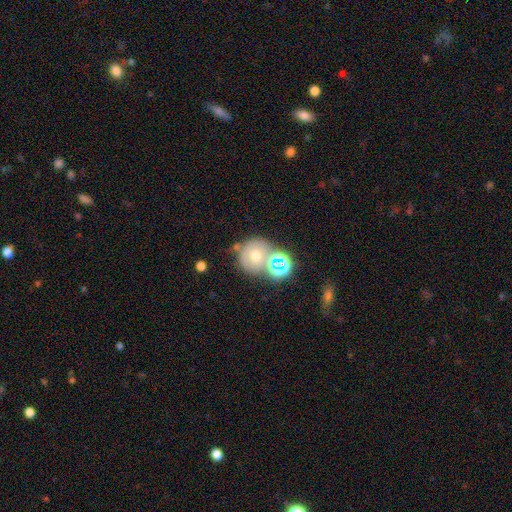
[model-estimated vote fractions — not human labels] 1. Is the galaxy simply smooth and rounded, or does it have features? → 47% smooth, 29% featured or disk, 24% star or artifact.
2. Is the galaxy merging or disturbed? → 49% none, 32% merger, 13% minor disturbance, 7% major disturbance.